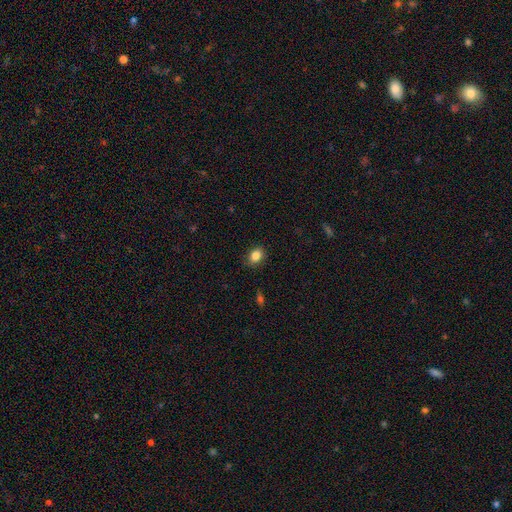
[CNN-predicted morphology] A smooth galaxy with no disk features (85%) that is in between round and cigar-shaped (58%).

Vote fractions:
- Smooth or featured? smooth: 85% / star or artifact: 10% / featured or disk: 5%
- How rounded? in between: 58% / round: 40% / cigar-shaped: 1%
- Merging? none: 84% / minor disturbance: 13% / major disturbance: 3% / merger: 1%